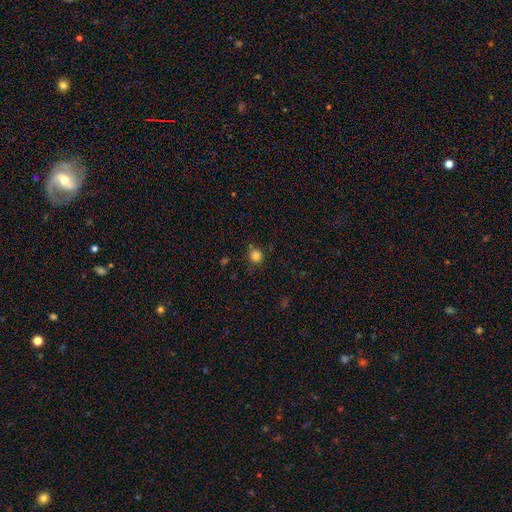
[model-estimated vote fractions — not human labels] smooth_or_featured: smooth (p=0.83) [alt: star or artifact p=0.13]
how_rounded: round (p=0.92) [alt: in between p=0.07]
merging: none (p=0.80) [alt: minor disturbance p=0.12]